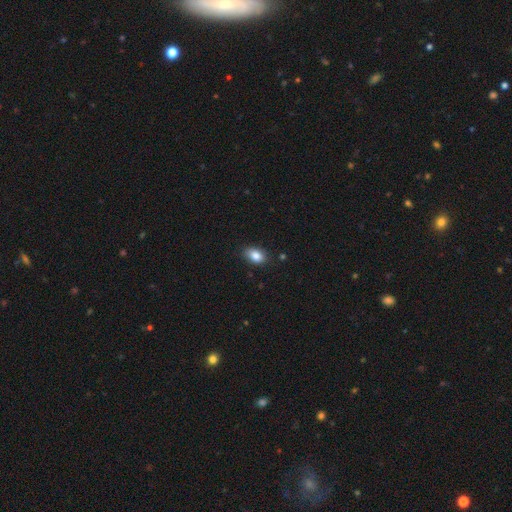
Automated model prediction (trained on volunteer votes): Smooth or featured?
  - smooth: 86% *
  - star or artifact: 8%
  - featured or disk: 6%
How rounded?
  - in between: 87% *
  - round: 12%
  - cigar-shaped: 2%
Merging?
  - none: 84% *
  - minor disturbance: 12%
  - major disturbance: 2%
  - merger: 1%